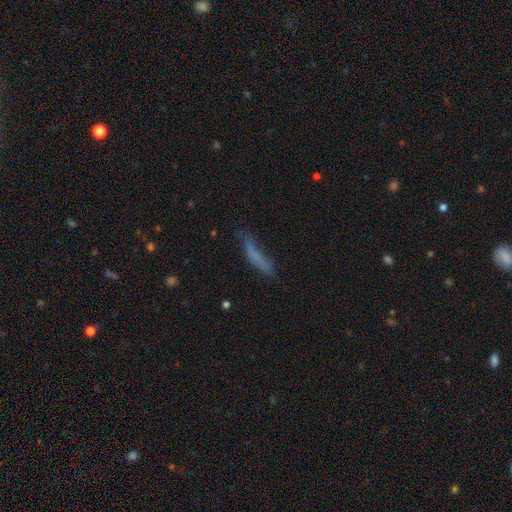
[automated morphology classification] This is likely a smooth galaxy (67%). How rounded: clearly cigar-shaped (83%). Merging: possibly none (54%).